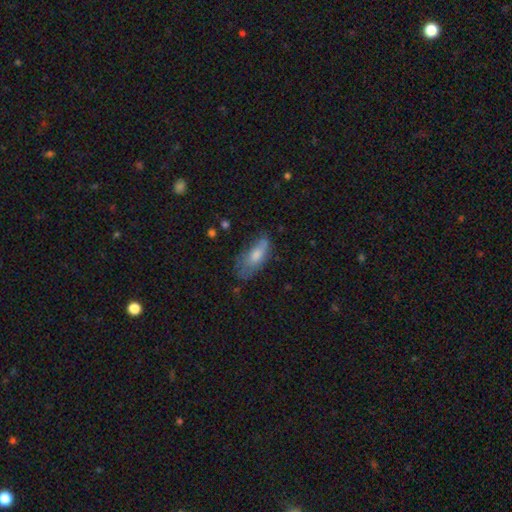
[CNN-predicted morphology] The model was most divided on "merging": none: 50%, minor disturbance: 32%, major disturbance: 15%, merger: 3%. More confident: how rounded — in between (77%); smooth or featured — smooth (67%).